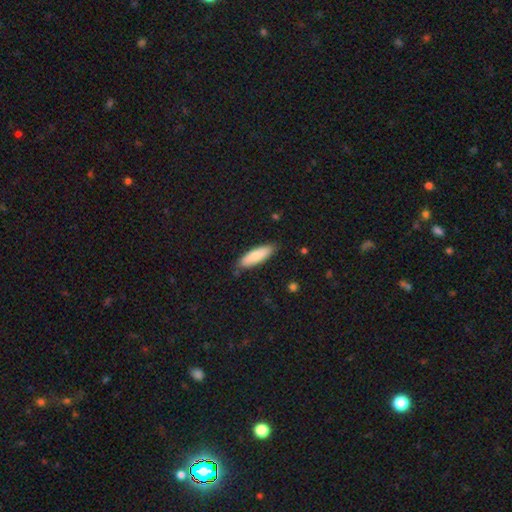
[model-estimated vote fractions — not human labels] This is clearly a smooth galaxy (82%). How rounded: possibly in between (50%). Merging: clearly none (82%).